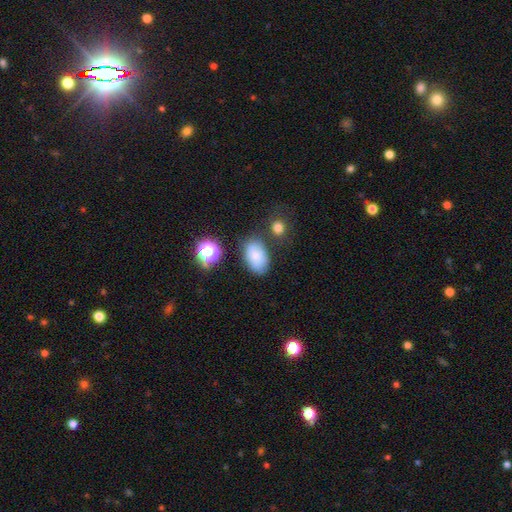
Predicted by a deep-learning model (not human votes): Smooth or featured? smooth (75%)
How rounded? in between (88%)
Merging? none (70%)